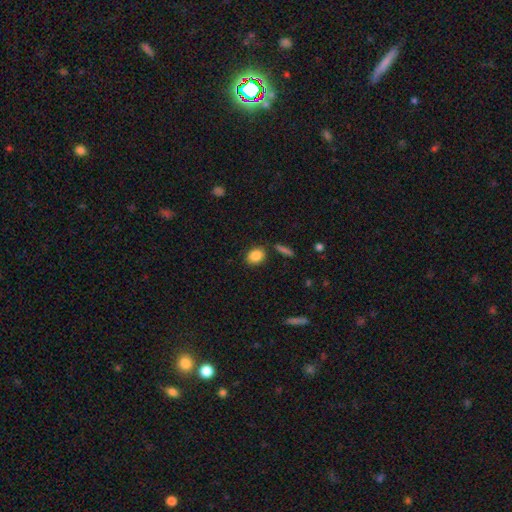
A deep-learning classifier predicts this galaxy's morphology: Smooth or featured? Predicted: smooth (p=0.87). How rounded? Predicted: in between (p=0.61). Merging? Predicted: none (p=0.82).